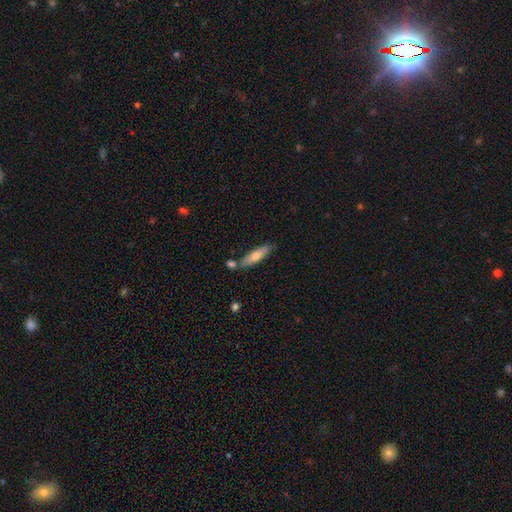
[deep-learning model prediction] Smooth or featured? smooth (62%)
How rounded? cigar-shaped (70%)
Merging? none (74%)